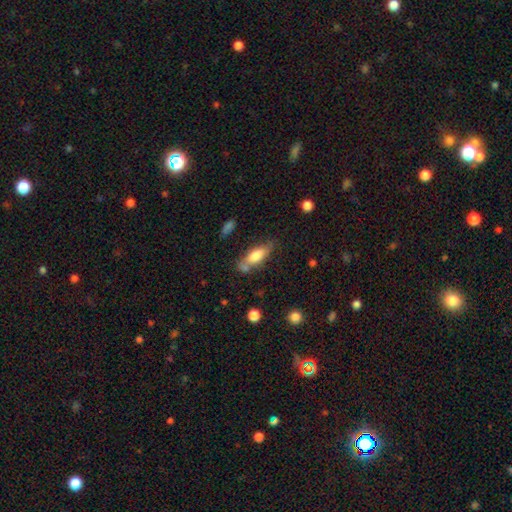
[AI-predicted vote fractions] Smooth or featured?
  - smooth: 71% *
  - featured or disk: 22%
  - star or artifact: 7%
How rounded?
  - in between: 69% *
  - cigar-shaped: 29%
  - round: 3%
Merging?
  - none: 57% *
  - minor disturbance: 22%
  - merger: 13%
  - major disturbance: 8%